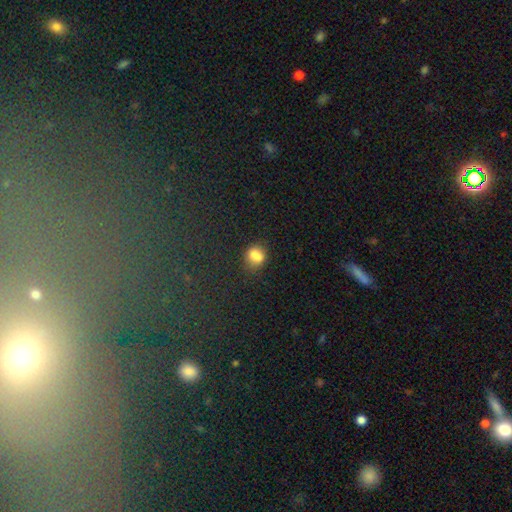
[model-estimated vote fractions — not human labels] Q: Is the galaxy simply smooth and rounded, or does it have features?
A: smooth — 77%.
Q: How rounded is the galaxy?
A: round — 58%.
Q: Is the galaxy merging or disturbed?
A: none — 54%.